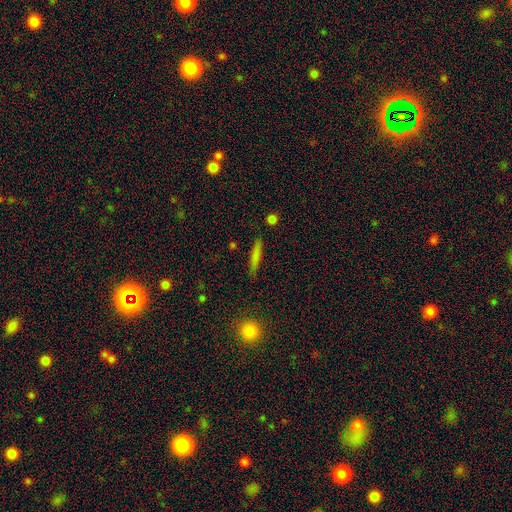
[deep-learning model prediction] This appears to be a smooth galaxy with no disk features (74%) that is cigar-shaped (89%). Merging: none (85%).